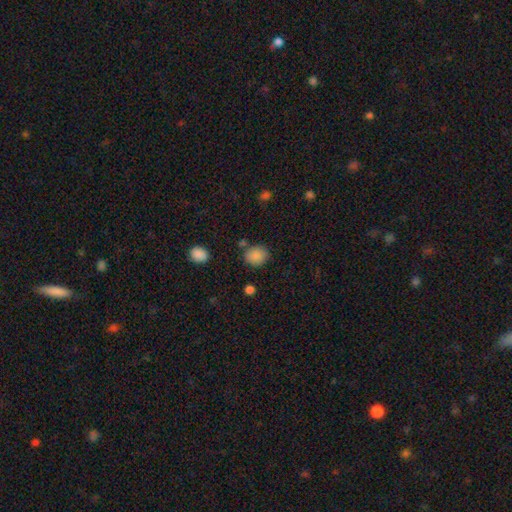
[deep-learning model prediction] Morphology: type=smooth (87%); roundness=round (68%); merging=none (77%).